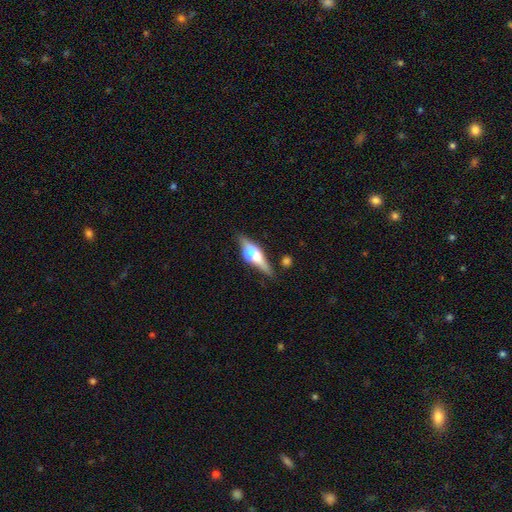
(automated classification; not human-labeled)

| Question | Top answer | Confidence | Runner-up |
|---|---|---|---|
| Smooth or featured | featured or disk | 57% | smooth (35%) |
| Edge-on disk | yes | 89% | no (11%) |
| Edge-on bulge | rounded | 90% | boxy (7%) |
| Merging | none | 61% | minor disturbance (19%) |